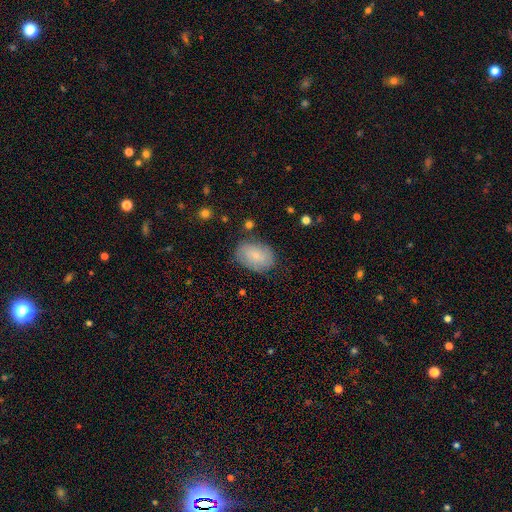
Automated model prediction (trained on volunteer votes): Morphology: type=smooth (63%); roundness=in between (81%); merging=none (75%).